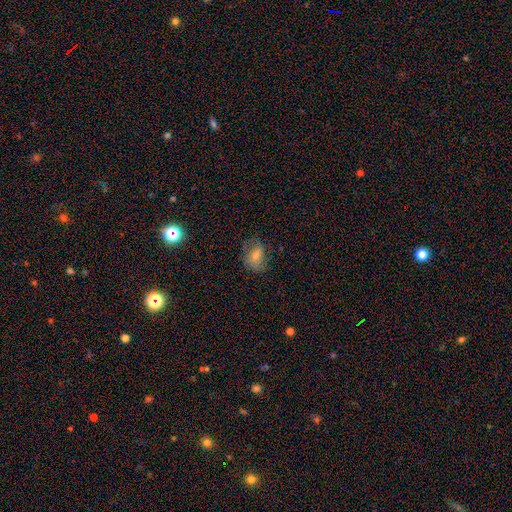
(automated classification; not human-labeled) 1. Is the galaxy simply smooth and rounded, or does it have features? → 53% smooth, 34% featured or disk, 13% star or artifact.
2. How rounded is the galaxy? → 61% in between, 38% round, 1% cigar-shaped.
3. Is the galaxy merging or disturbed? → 66% none, 22% minor disturbance, 10% major disturbance, 1% merger.